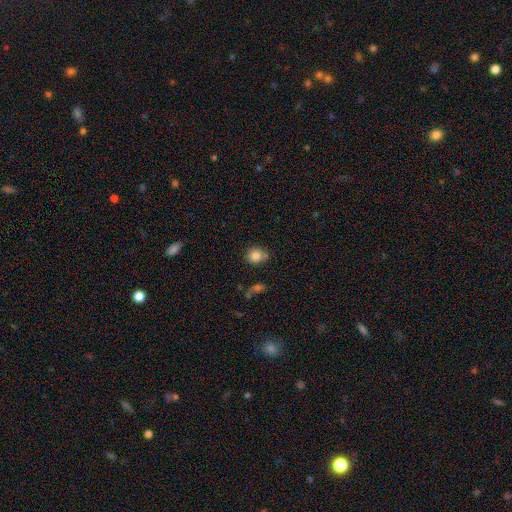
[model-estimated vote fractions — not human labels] Overall: smooth (83%). How rounded: round (77%). Merging: none (70%).